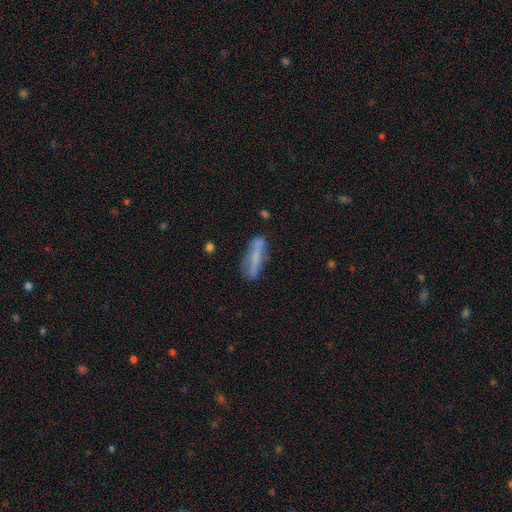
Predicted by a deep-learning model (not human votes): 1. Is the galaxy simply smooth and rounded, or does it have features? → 52% smooth, 39% featured or disk, 9% star or artifact.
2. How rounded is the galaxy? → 73% cigar-shaped, 25% in between, 2% round.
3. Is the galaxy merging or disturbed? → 64% none, 22% minor disturbance, 9% major disturbance, 5% merger.